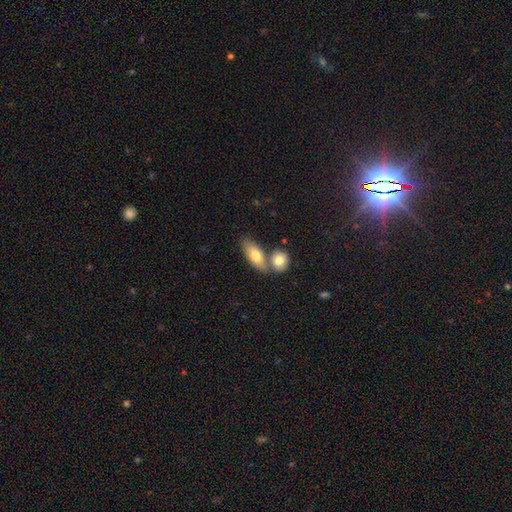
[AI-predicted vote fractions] Smooth or featured: smooth — 75% (featured or disk — 19%)
How rounded: in between — 81% (cigar-shaped — 15%)
Merging: merger — 44% (none — 43%)